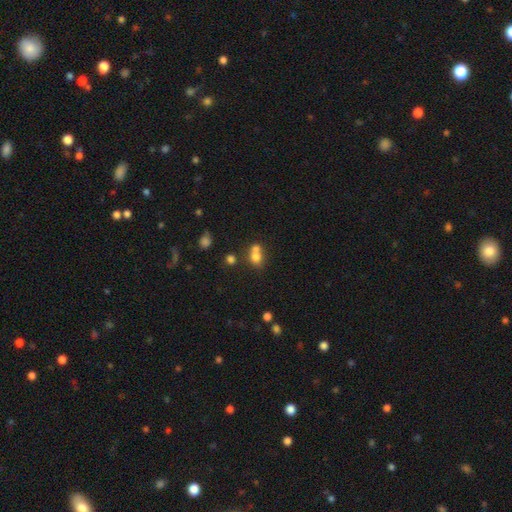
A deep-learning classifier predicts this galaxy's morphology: Smooth or featured: smooth — 73% (featured or disk — 14%)
How rounded: round — 59% (in between — 40%)
Merging: merger — 56% (none — 31%)